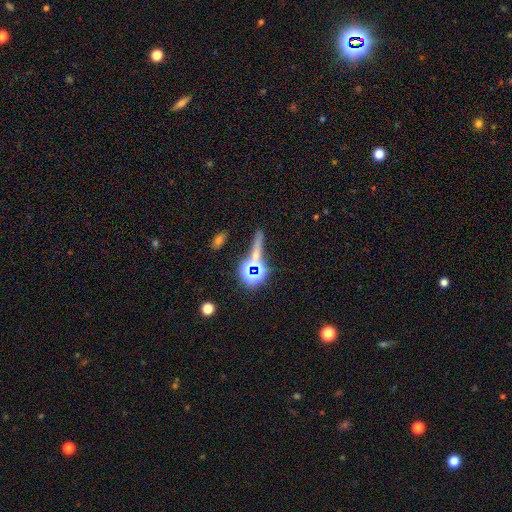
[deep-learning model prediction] A star or artifact, not a galaxy (47%).